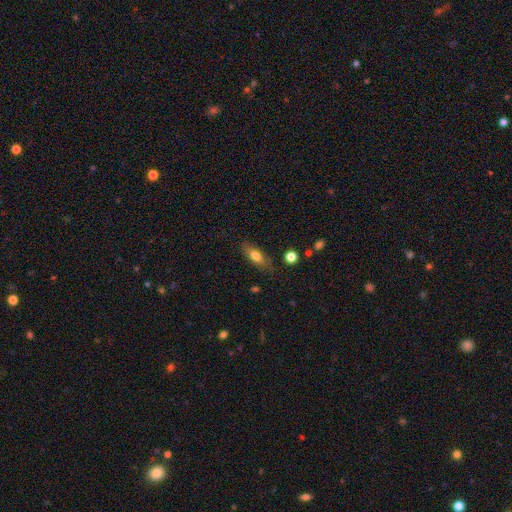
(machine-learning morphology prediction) This is likely a smooth galaxy (71%). How rounded: likely in between (67%). Merging: likely none (79%).